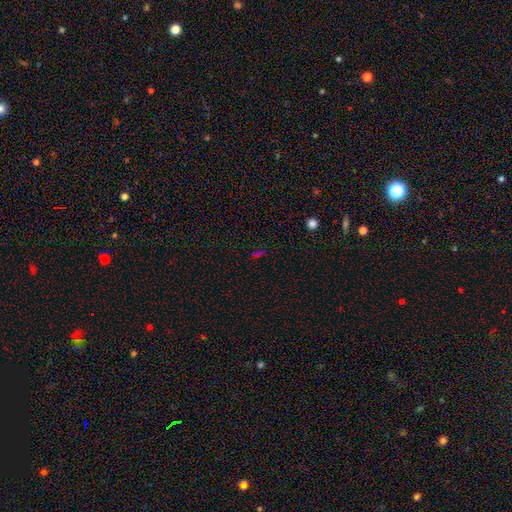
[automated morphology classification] A star or artifact, not a galaxy (53%).

Vote fractions:
- Smooth or featured? star or artifact: 53% / smooth: 38% / featured or disk: 9%